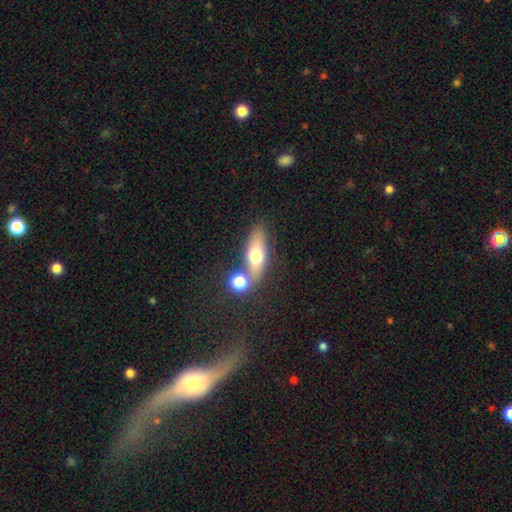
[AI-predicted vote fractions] Smooth or featured?
  - smooth: 59% *
  - featured or disk: 32%
  - star or artifact: 9%
How rounded?
  - in between: 59% *
  - cigar-shaped: 32%
  - round: 9%
Merging?
  - none: 61% *
  - merger: 22%
  - minor disturbance: 12%
  - major disturbance: 5%